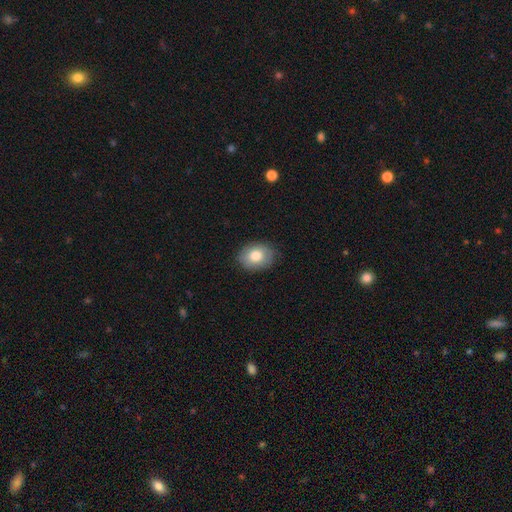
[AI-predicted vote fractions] A smooth galaxy with no disk features (78%) that is in between round and cigar-shaped (62%).

Vote fractions:
- Smooth or featured? smooth: 78% / featured or disk: 15% / star or artifact: 8%
- How rounded? in between: 62% / round: 38% / cigar-shaped: 1%
- Merging? none: 83% / minor disturbance: 13% / major disturbance: 3% / merger: 1%